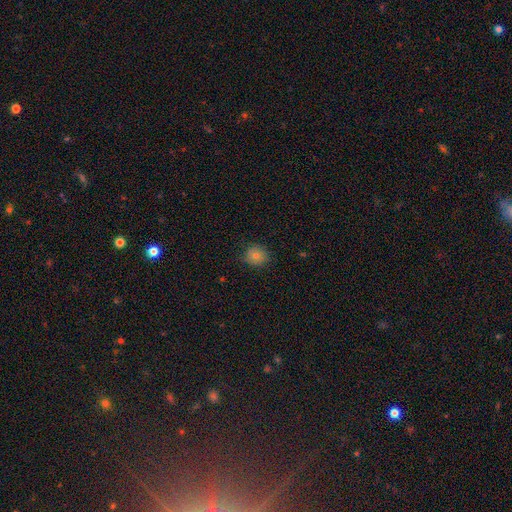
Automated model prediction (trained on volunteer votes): smooth_or_featured: smooth (p=0.77) [alt: star or artifact p=0.12]
how_rounded: round (p=0.87) [alt: in between p=0.12]
merging: none (p=0.83) [alt: minor disturbance p=0.13]